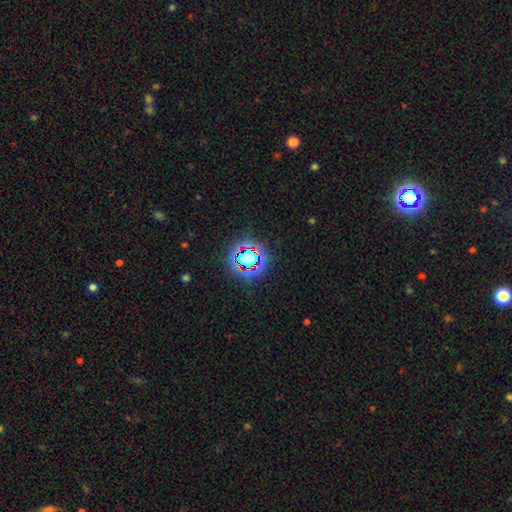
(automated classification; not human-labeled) smooth_or_featured: star or artifact (p=0.80) [alt: smooth p=0.12]